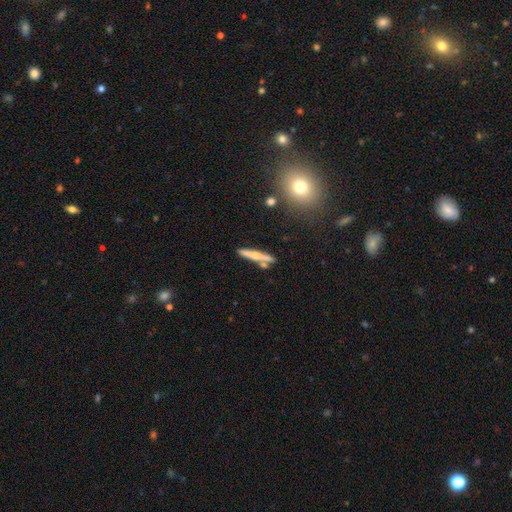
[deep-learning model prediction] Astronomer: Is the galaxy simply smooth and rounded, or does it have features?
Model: smooth — 51% (runner-up: featured or disk, 41%).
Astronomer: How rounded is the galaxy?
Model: cigar-shaped — 91%.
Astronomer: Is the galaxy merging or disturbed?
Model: none — 75%.